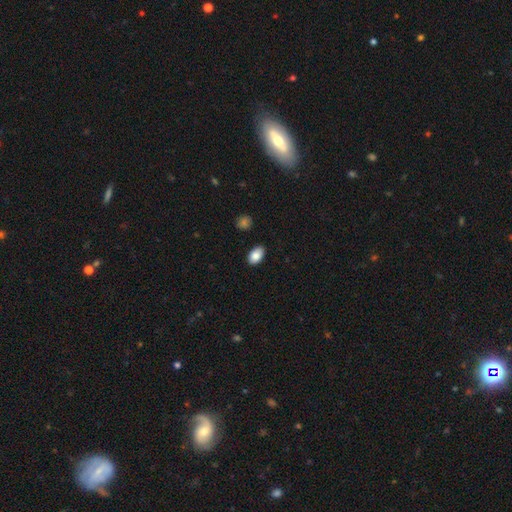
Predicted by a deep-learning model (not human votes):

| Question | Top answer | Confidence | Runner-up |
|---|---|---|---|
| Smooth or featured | smooth | 87% | star or artifact (7%) |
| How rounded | in between | 91% | round (8%) |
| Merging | none | 86% | minor disturbance (11%) |